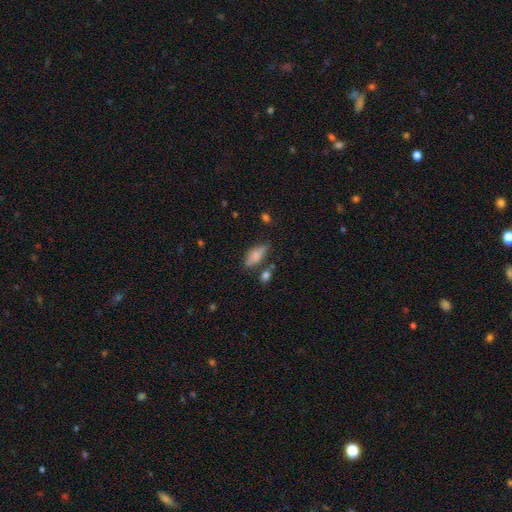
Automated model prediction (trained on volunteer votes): Overall: smooth (72%). How rounded: in between (74%). Merging: none (63%).